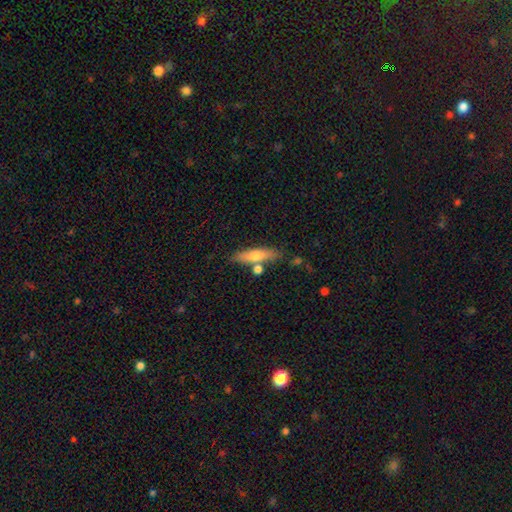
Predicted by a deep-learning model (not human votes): Morphology: type=smooth (65%); roundness=cigar-shaped (74%); merging=none (72%).